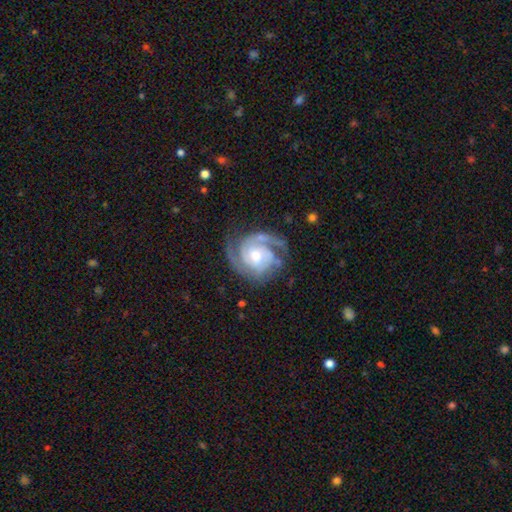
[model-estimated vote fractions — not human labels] Smooth or featured?
  - featured or disk: 90% *
  - smooth: 6%
  - star or artifact: 4%
Edge-on disk?
  - no: 98% *
  - yes: 2%
Bar?
  - no: 65% *
  - weak: 27%
  - strong: 7%
Spiral arms?
  - yes: 98% *
  - no: 2%
Spiral winding?
  - tight: 60% *
  - medium: 34%
  - loose: 6%
Spiral arm count?
  - 2: 54% *
  - 3: 26%
  - can't tell: 9%
  - 1: 4%
  - 4: 4%
  - more than 4: 3%
Bulge size?
  - moderate: 63% *
  - small: 28%
  - large: 6%
  - none: 2%
  - dominant: 1%
Merging?
  - none: 72% *
  - minor disturbance: 18%
  - major disturbance: 8%
  - merger: 2%